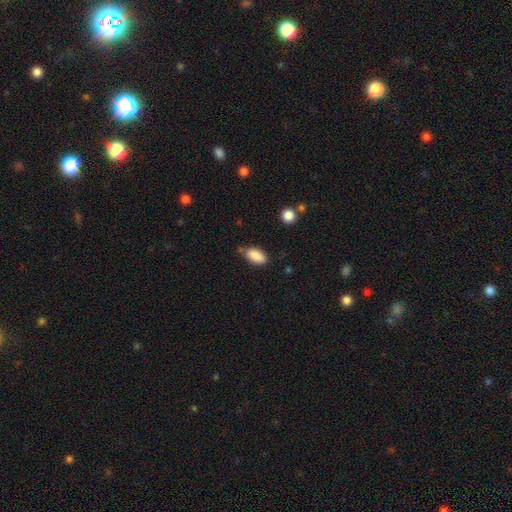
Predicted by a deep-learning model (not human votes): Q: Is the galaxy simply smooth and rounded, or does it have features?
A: smooth — 88%.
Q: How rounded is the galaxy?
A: in between — 92%.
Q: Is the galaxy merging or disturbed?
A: none — 73%.